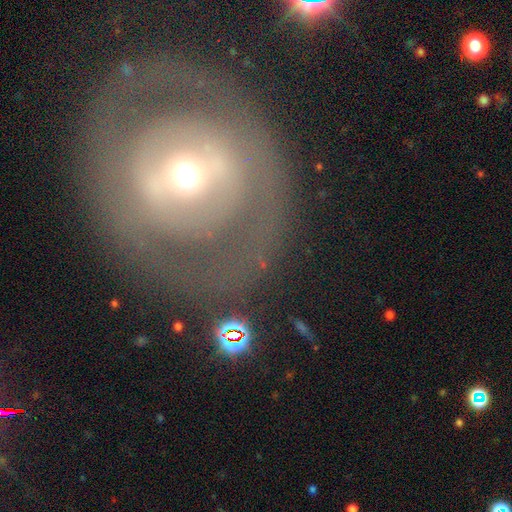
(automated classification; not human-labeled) Smooth or featured? Predicted: featured or disk (p=0.66). Edge-on disk? Predicted: no (p=0.94). Bar? Predicted: no (p=0.38). Spiral arms? Predicted: no (p=0.68). Bulge size? Predicted: moderate (p=0.56). Merging? Predicted: none (p=0.78).